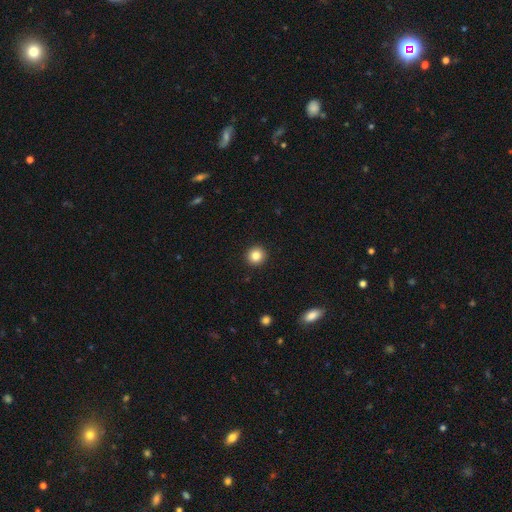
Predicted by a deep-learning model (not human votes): smooth 84%, star or artifact 10%, featured or disk 6%. Down the decision tree: how rounded — round (94%); merging — none (93%).